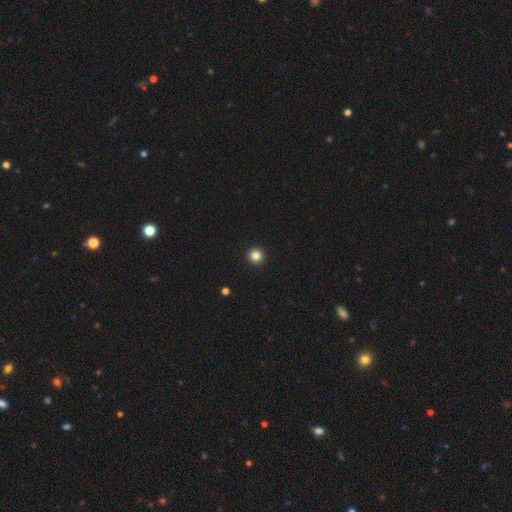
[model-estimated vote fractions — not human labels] Smooth or featured: smooth — 84% (star or artifact — 12%)
How rounded: round — 96% (in between — 3%)
Merging: none — 94% (minor disturbance — 3%)